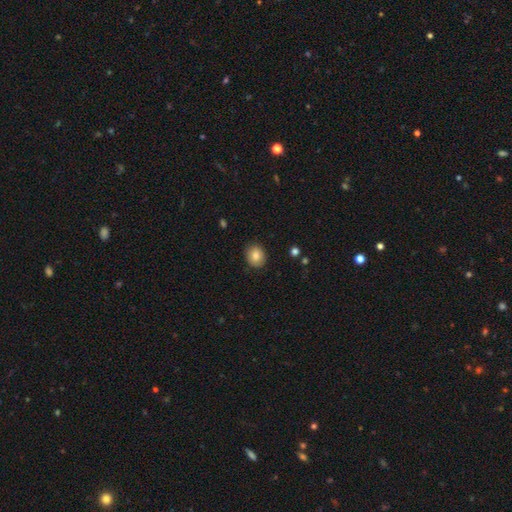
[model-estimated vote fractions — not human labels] This appears to be a smooth galaxy with no disk features (85%) that is round (62%). Merging: none (88%).